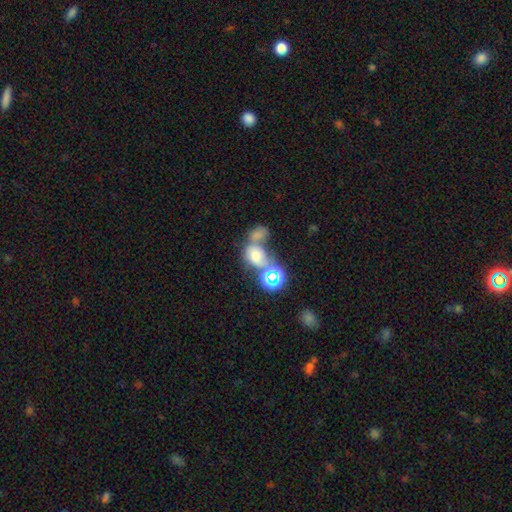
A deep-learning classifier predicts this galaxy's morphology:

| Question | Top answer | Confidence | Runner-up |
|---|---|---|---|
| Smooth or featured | smooth | 58% | star or artifact (25%) |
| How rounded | in between | 60% | round (39%) |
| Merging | merger | 57% | none (24%) |